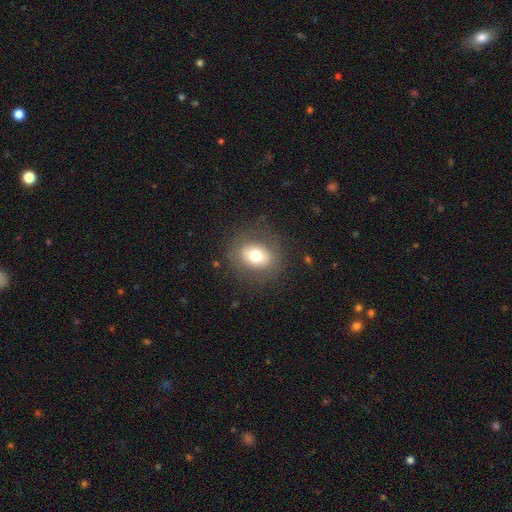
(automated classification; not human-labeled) Smooth or featured?
  - smooth: 67% *
  - featured or disk: 23%
  - star or artifact: 10%
How rounded?
  - round: 58% *
  - in between: 41%
  - cigar-shaped: 1%
Merging?
  - none: 82% *
  - minor disturbance: 11%
  - major disturbance: 6%
  - merger: 1%